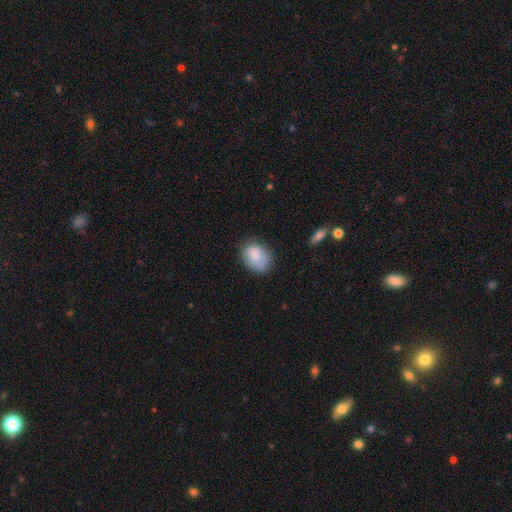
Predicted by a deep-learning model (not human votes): Smooth or featured? smooth (82%)
How rounded? in between (68%)
Merging? none (65%)